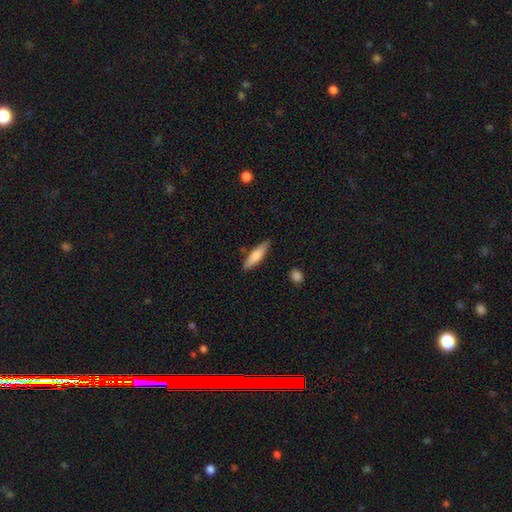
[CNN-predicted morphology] A smooth galaxy with no disk features (70%) that is cigar-shaped (71%). Merging: none (83%).